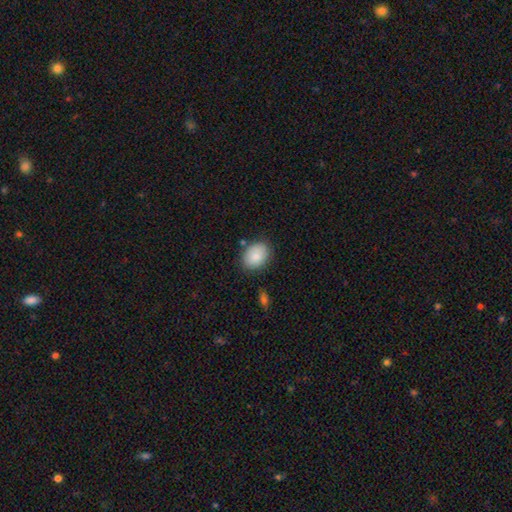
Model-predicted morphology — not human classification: Q: Smooth or featured?
A: smooth (85%); runner-up: featured or disk (8%)
Q: How rounded?
A: in between (69%); runner-up: round (30%)
Q: Merging?
A: none (80%); runner-up: minor disturbance (13%)